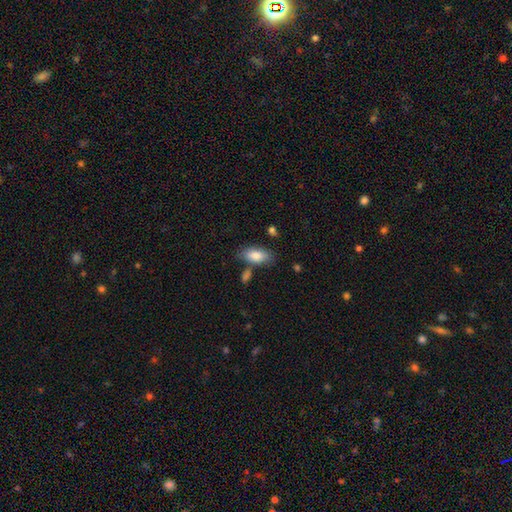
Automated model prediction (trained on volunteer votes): Morphology: type=smooth (83%); roundness=in between (90%); merging=none (72%).